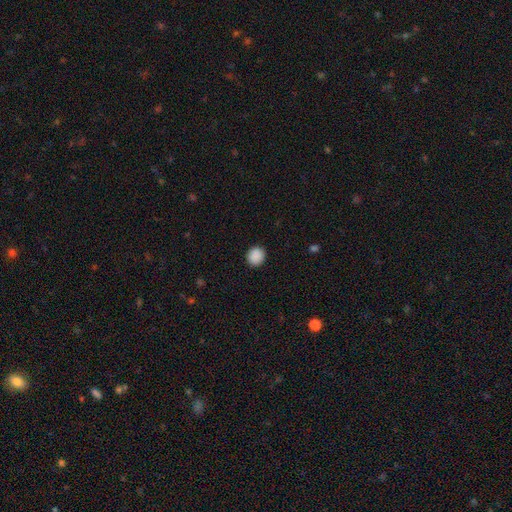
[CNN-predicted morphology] type=smooth (89%); roundness=round (83%); merging=none (91%).